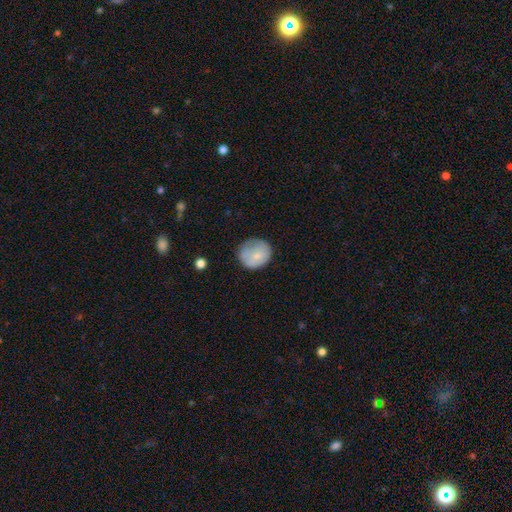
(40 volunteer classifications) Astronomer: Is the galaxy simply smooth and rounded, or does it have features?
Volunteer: smooth — 75%.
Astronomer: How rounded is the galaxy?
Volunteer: round — 77%.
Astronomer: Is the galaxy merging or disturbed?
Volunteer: none — 78%.